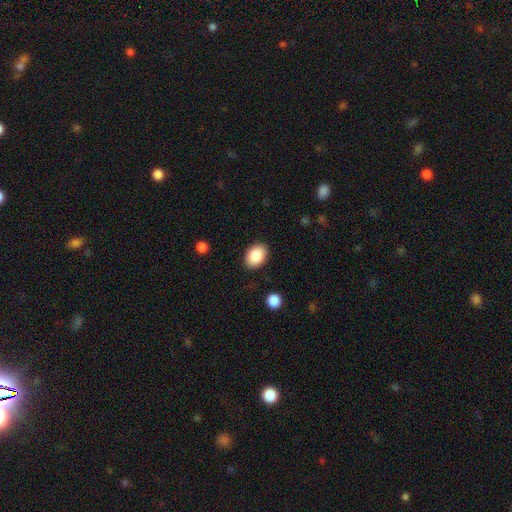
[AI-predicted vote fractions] smooth-or-featured: smooth: 87% | star or artifact: 7% | featured or disk: 6%
  how-rounded: in between: 83% | round: 16% | cigar-shaped: 1%
  merging: none: 88% | minor disturbance: 8% | major disturbance: 2% | merger: 1%